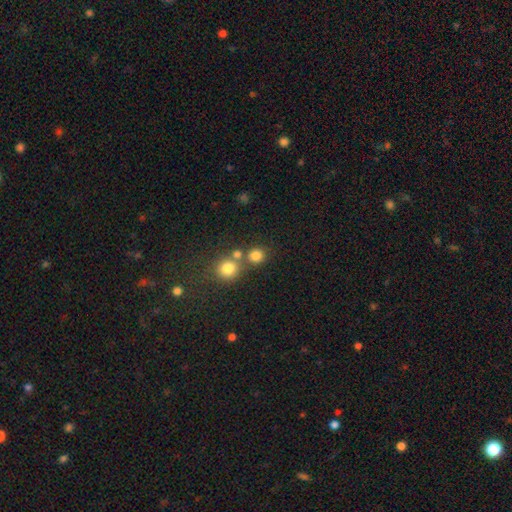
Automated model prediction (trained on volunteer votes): smooth_or_featured: smooth (p=0.80) [alt: star or artifact p=0.14]
how_rounded: round (p=0.88) [alt: in between p=0.11]
merging: none (p=0.64) [alt: merger p=0.26]